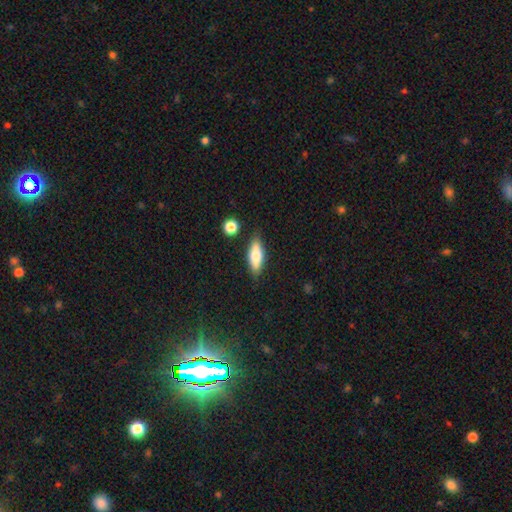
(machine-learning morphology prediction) type=smooth (69%); roundness=in between (64%); merging=none (81%).